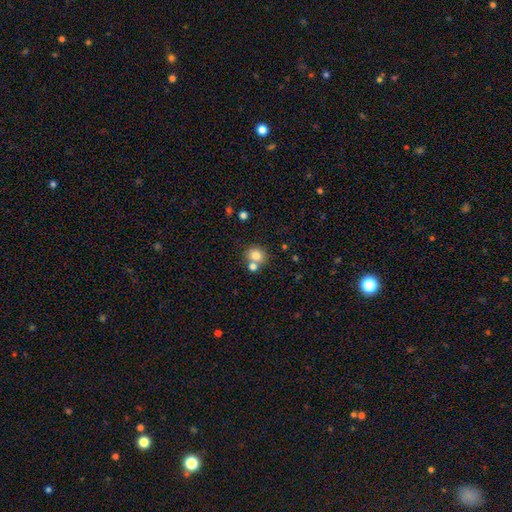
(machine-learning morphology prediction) smooth 78%, star or artifact 11%, featured or disk 10%. Down the decision tree: how rounded — round (82%); merging — none (57%).